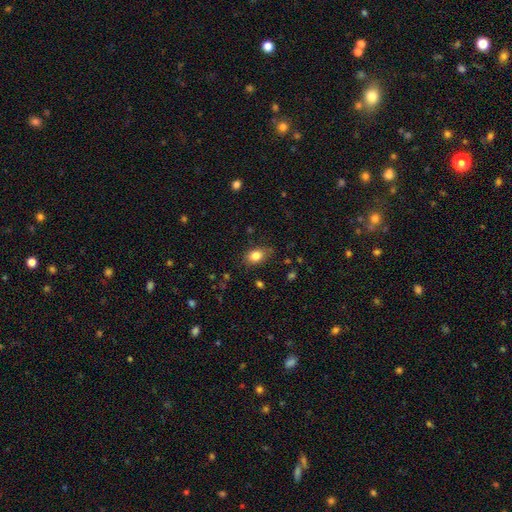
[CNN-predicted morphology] Smooth or featured: smooth — 84% (star or artifact — 9%)
How rounded: in between — 75% (round — 23%)
Merging: none — 78% (minor disturbance — 17%)